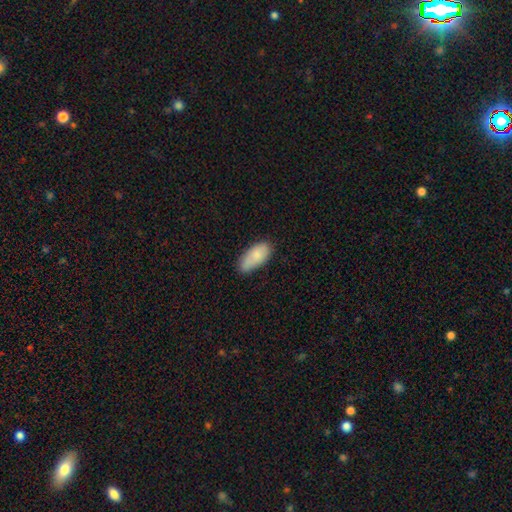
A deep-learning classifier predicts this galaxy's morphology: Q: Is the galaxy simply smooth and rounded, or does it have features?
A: smooth — 83%.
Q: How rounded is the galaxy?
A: in between — 90%.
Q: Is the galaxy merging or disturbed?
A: none — 69%.